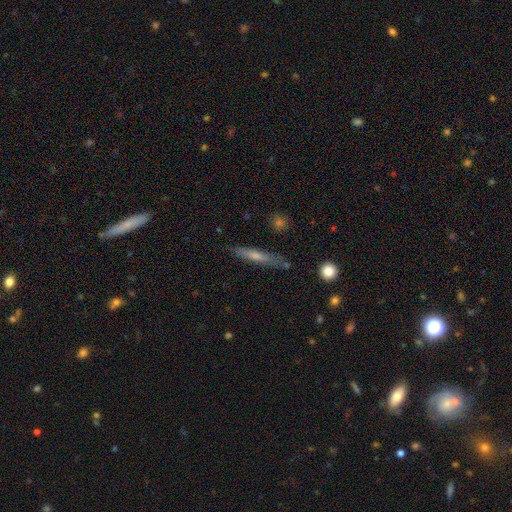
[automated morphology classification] Smooth or featured: smooth — 53% (featured or disk — 40%)
How rounded: cigar-shaped — 91% (in between — 7%)
Merging: none — 79% (minor disturbance — 15%)